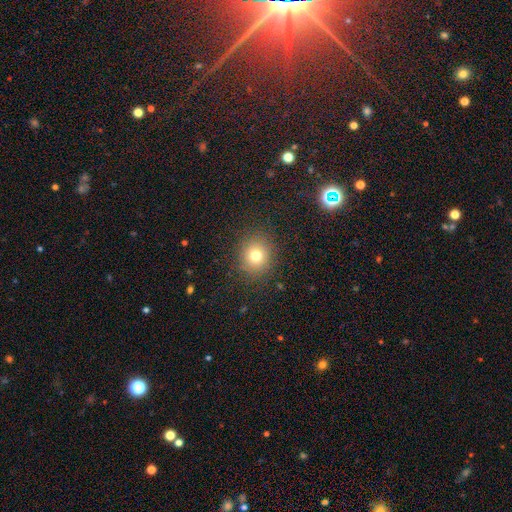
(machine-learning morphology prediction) Q: Smooth or featured?
A: smooth (75%); runner-up: star or artifact (16%)
Q: How rounded?
A: round (84%); runner-up: in between (15%)
Q: Merging?
A: none (87%); runner-up: minor disturbance (8%)